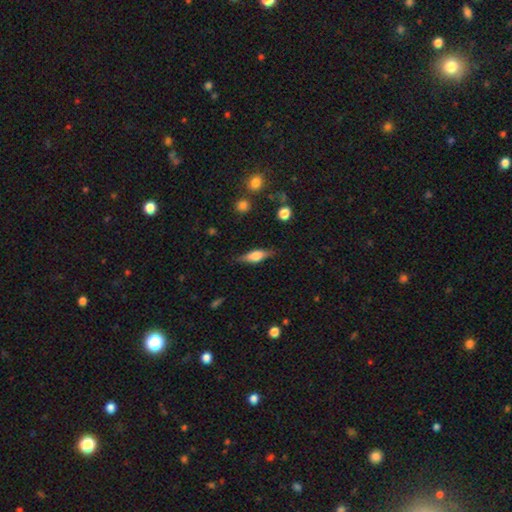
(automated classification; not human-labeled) Morphology: type=featured or disk (50%); merging=none (83%).